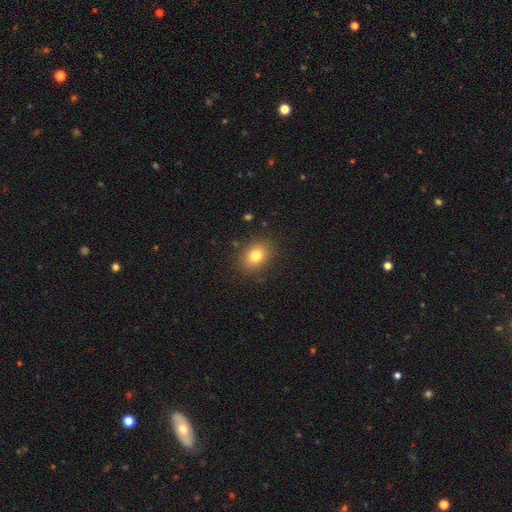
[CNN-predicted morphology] smooth 79%, star or artifact 11%, featured or disk 10%. Down the decision tree: how rounded — in between (64%); merging — none (86%).